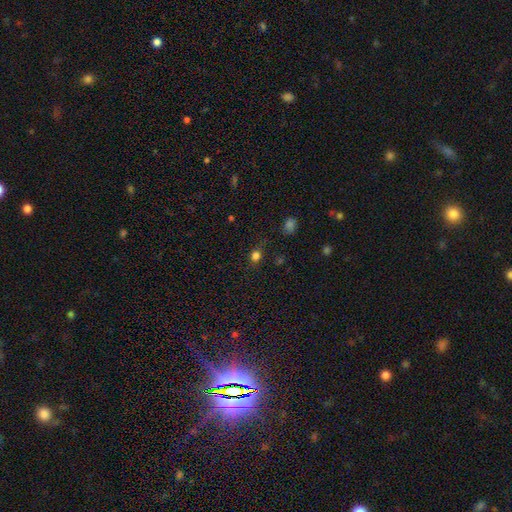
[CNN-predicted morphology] Overall: smooth (77%). How rounded: round (69%; in between 30%). Merging: none (79%).